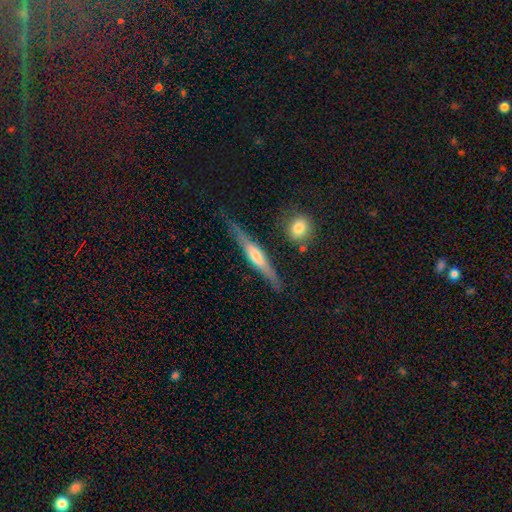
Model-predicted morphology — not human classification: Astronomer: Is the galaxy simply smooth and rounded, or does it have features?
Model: featured or disk — 67%.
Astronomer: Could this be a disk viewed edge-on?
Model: yes — 95%.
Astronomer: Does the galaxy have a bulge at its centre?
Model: rounded — 64%.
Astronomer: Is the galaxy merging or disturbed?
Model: none — 79%.